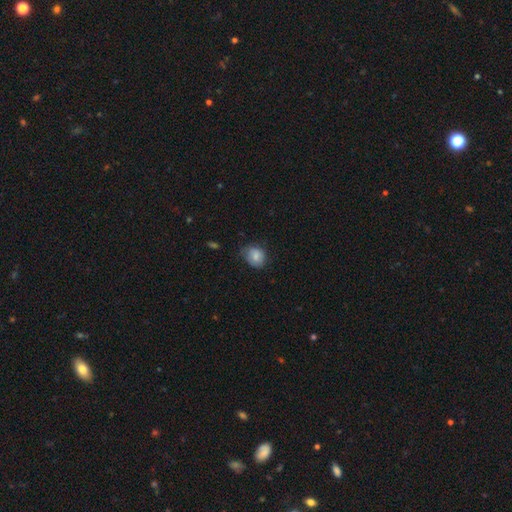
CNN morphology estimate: This is likely a smooth galaxy (79%). How rounded: possibly round (55%). Merging: likely none (62%).